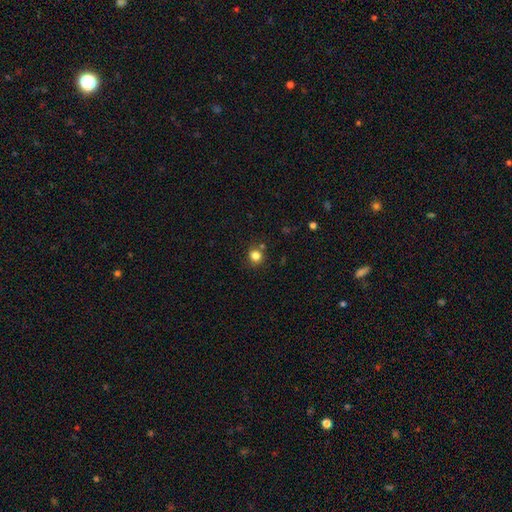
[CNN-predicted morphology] Smooth or featured?
  - smooth: 82% *
  - star or artifact: 13%
  - featured or disk: 5%
How rounded?
  - round: 86% *
  - in between: 13%
  - cigar-shaped: 1%
Merging?
  - none: 76% *
  - minor disturbance: 13%
  - merger: 8%
  - major disturbance: 4%